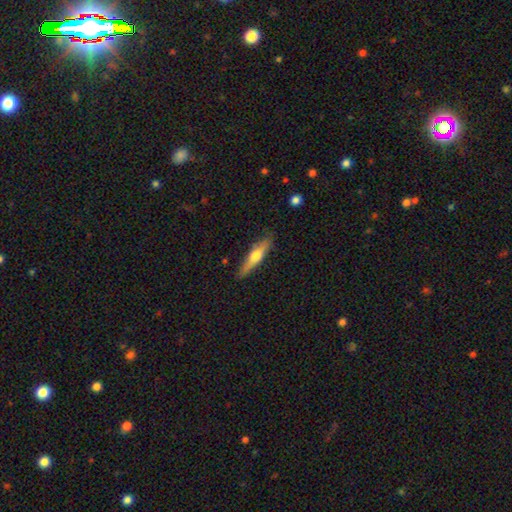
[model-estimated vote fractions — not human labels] smooth-or-featured: featured or disk: 48% | smooth: 47% | star or artifact: 6%
  merging: none: 84% | minor disturbance: 12% | major disturbance: 2% | merger: 1%